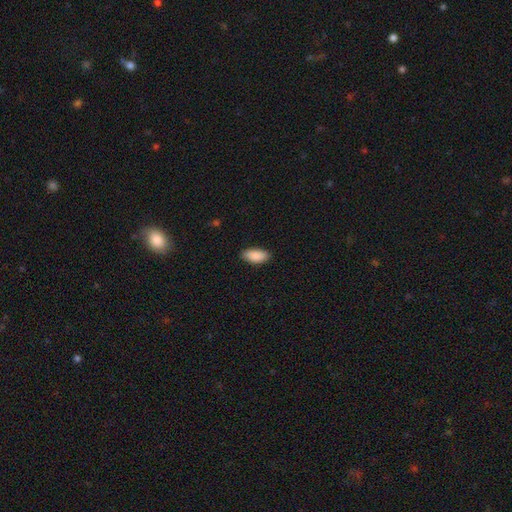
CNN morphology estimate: Smooth or featured? smooth (90%)
How rounded? in between (91%)
Merging? none (87%)